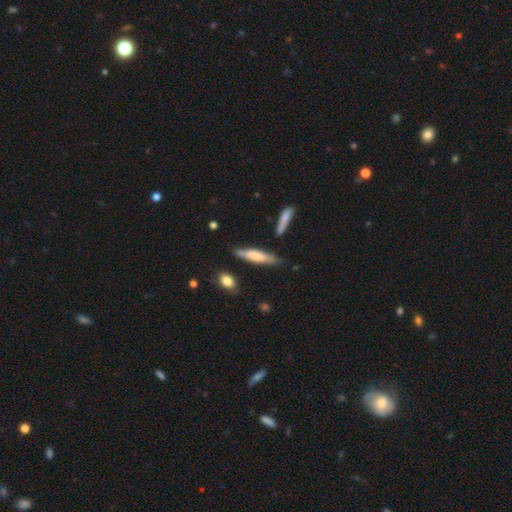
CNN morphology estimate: Smooth or featured? smooth (63%)
How rounded? cigar-shaped (75%)
Merging? none (69%)